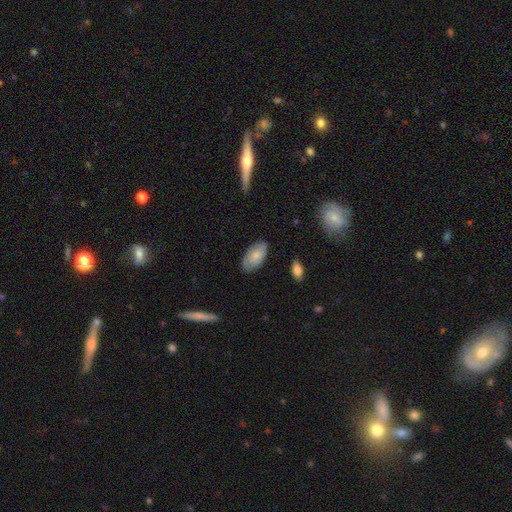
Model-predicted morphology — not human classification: Smooth or featured?
  - smooth: 76% *
  - featured or disk: 18%
  - star or artifact: 6%
How rounded?
  - in between: 95% *
  - round: 3%
  - cigar-shaped: 2%
Merging?
  - none: 81% *
  - minor disturbance: 15%
  - major disturbance: 3%
  - merger: 1%